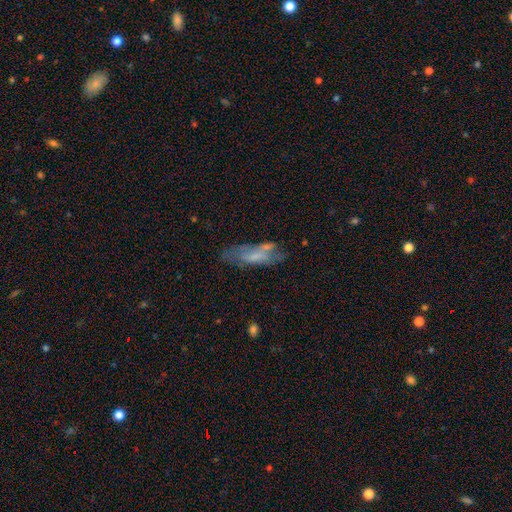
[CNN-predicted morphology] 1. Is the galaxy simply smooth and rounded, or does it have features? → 48% smooth, 43% featured or disk, 8% star or artifact.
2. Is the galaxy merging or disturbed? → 50% none, 26% minor disturbance, 16% major disturbance, 9% merger.